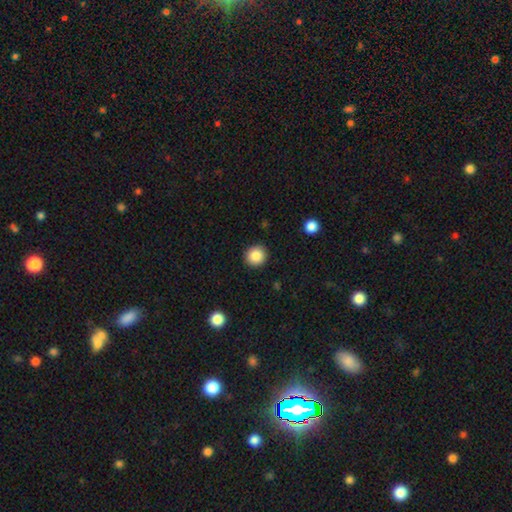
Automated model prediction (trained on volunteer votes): Q: Smooth or featured?
A: smooth (86%); runner-up: star or artifact (9%)
Q: How rounded?
A: round (91%); runner-up: in between (8%)
Q: Merging?
A: none (92%); runner-up: minor disturbance (6%)